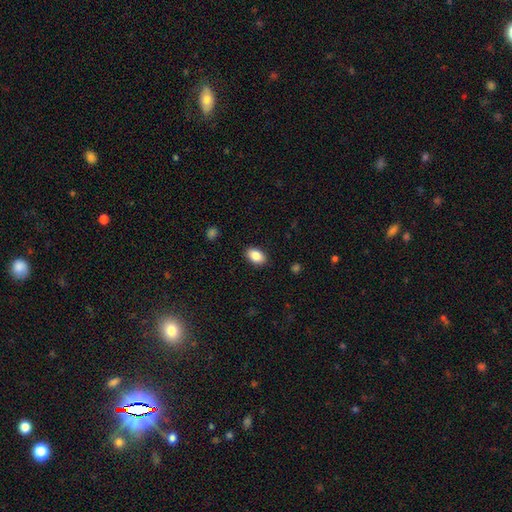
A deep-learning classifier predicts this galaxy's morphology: This is clearly a smooth galaxy (87%). How rounded: clearly in between (90%). Merging: clearly none (89%).